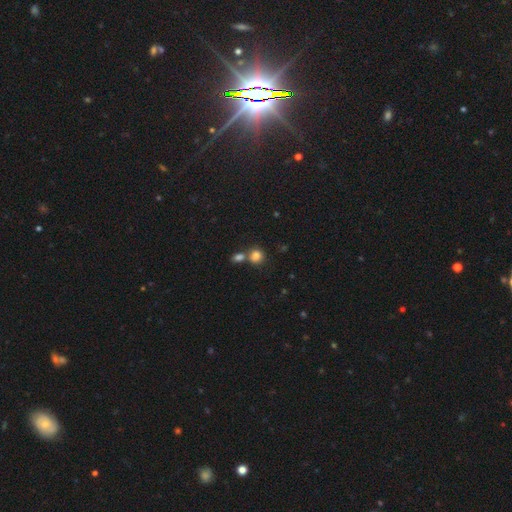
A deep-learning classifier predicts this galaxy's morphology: The model was most divided on "merging": none: 50%, merger: 39%, minor disturbance: 8%, major disturbance: 3%. More confident: smooth or featured — smooth (83%); how rounded — round (80%).